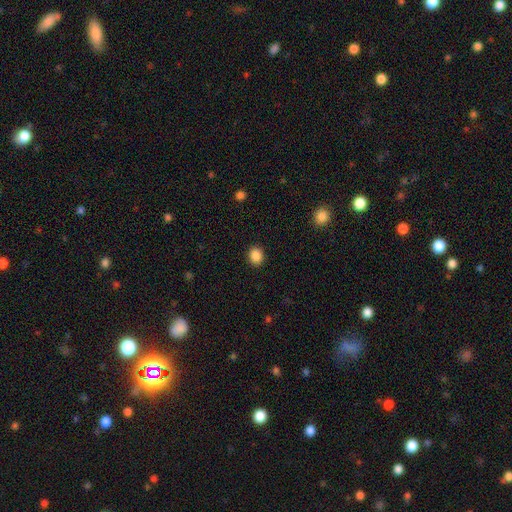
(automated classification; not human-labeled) Smooth or featured?
  - smooth: 88% *
  - star or artifact: 9%
  - featured or disk: 3%
How rounded?
  - round: 66% *
  - in between: 33%
  - cigar-shaped: 1%
Merging?
  - none: 91% *
  - minor disturbance: 6%
  - major disturbance: 2%
  - merger: 1%